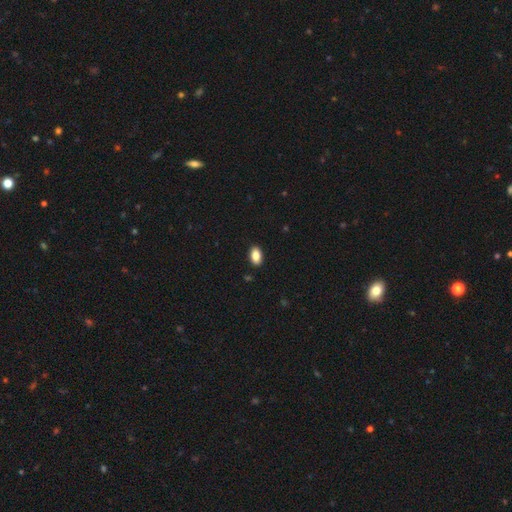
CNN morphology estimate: smooth 85%, star or artifact 8%, featured or disk 7%. Down the decision tree: how rounded — in between (91%); merging — none (90%).